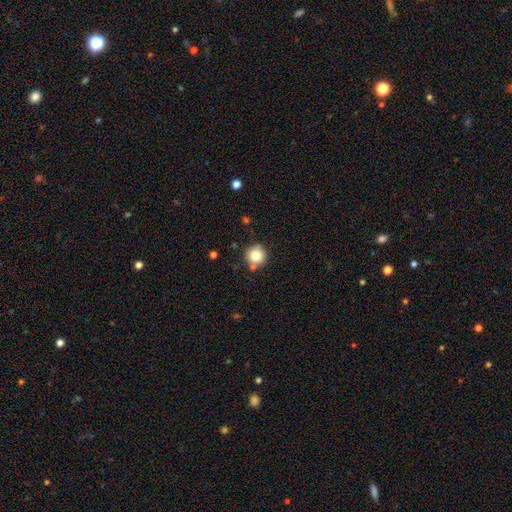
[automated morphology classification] smooth 81%, star or artifact 11%, featured or disk 9%. Down the decision tree: how rounded — round (95%); merging — none (82%).